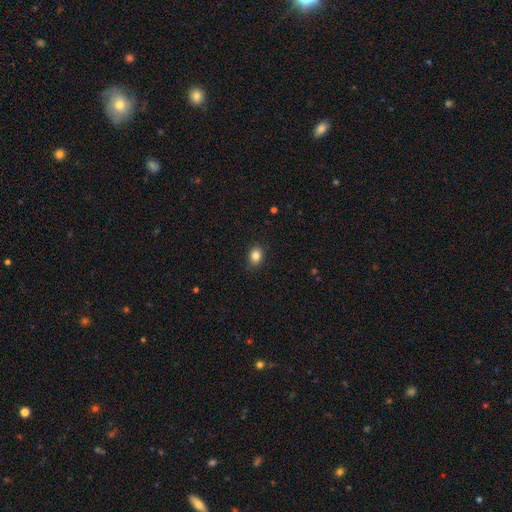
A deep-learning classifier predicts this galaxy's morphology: smooth_or_featured: smooth (p=0.85) [alt: star or artifact p=0.10]
how_rounded: in between (p=0.57) [alt: round p=0.42]
merging: none (p=0.85) [alt: minor disturbance p=0.12]